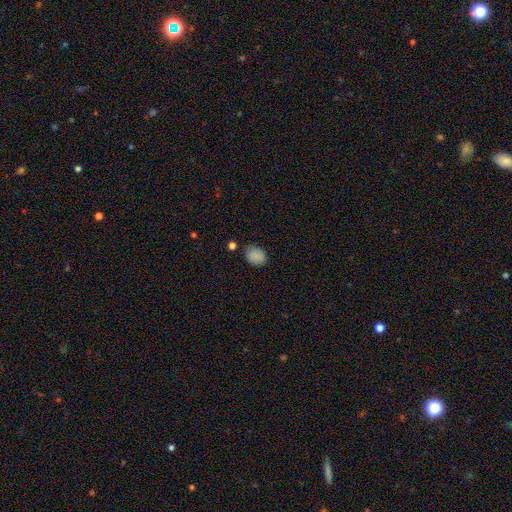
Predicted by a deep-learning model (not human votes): This is clearly a smooth galaxy (86%). How rounded: possibly in between (59%). Merging: likely none (75%).